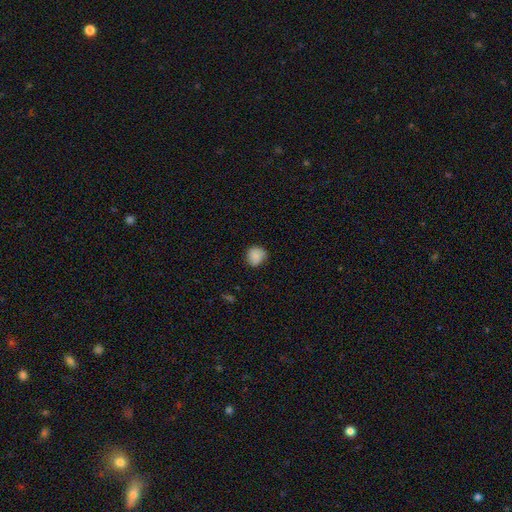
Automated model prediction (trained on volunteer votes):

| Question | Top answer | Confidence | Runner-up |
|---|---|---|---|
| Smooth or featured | smooth | 83% | featured or disk (9%) |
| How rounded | round | 82% | in between (17%) |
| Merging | none | 71% | minor disturbance (23%) |